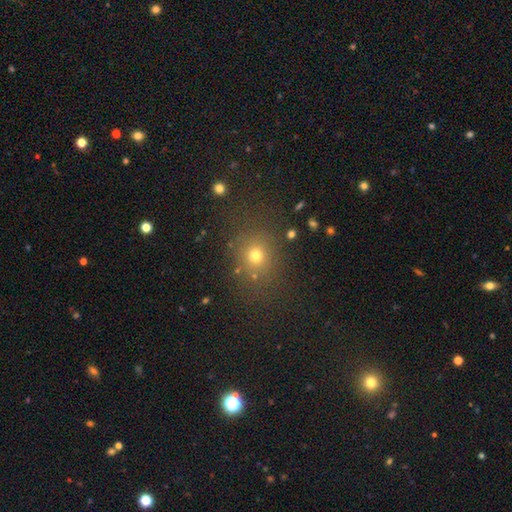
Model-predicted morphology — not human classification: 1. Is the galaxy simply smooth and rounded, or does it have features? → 70% smooth, 21% star or artifact, 9% featured or disk.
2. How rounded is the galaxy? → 77% round, 22% in between, 1% cigar-shaped.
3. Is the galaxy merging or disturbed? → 79% none, 11% minor disturbance, 5% major disturbance, 4% merger.